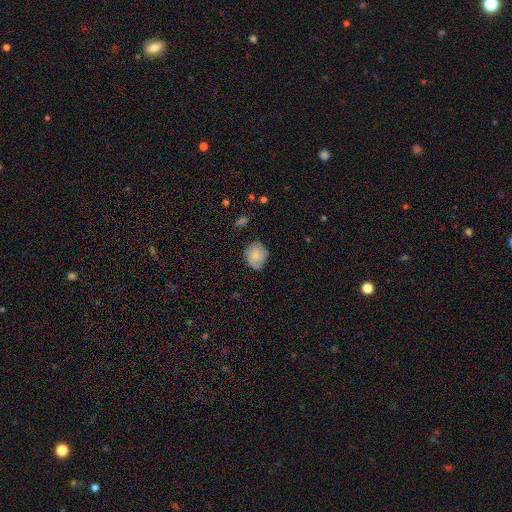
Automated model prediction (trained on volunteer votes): This appears to be a smooth galaxy with no disk features (70%) that is round (65%). Merging: none (64%).